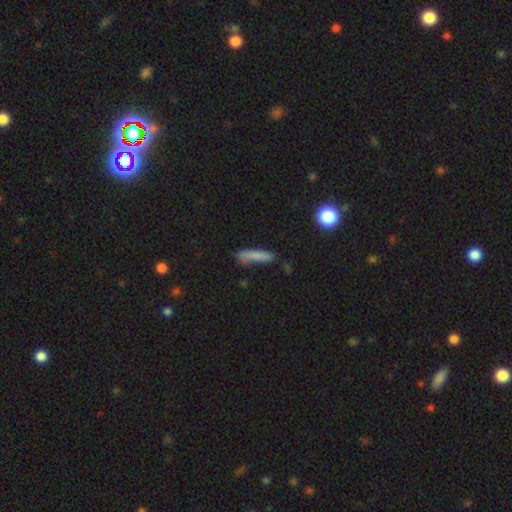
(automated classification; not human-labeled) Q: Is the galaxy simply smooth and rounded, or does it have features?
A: smooth — 78%.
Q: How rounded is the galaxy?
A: cigar-shaped — 83%.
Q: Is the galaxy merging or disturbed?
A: none — 62%.